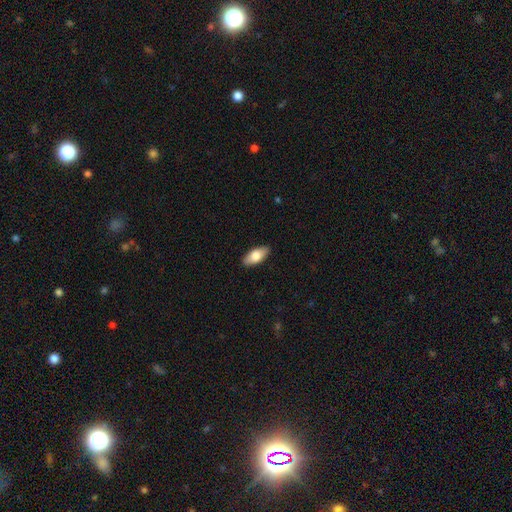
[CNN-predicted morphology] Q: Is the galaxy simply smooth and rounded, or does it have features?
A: smooth — 76%.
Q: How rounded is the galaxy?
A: in between — 87%.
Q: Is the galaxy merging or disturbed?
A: none — 89%.